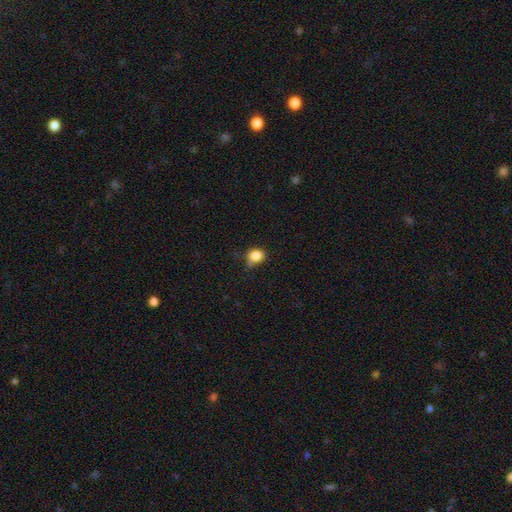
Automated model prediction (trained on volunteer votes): smooth_or_featured: smooth (p=0.85) [alt: star or artifact p=0.10]
how_rounded: round (p=0.57) [alt: in between p=0.42]
merging: none (p=0.56) [alt: minor disturbance p=0.31]